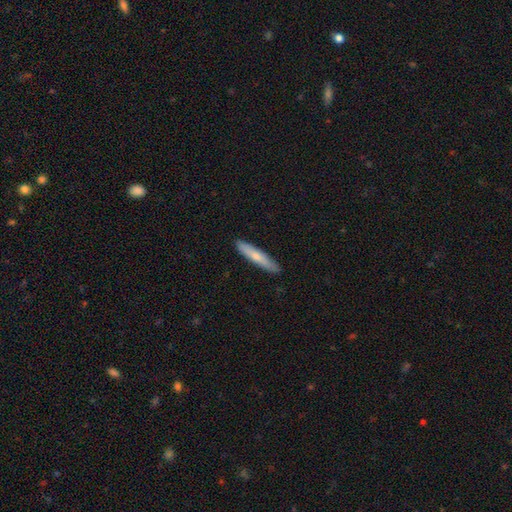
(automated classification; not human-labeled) smooth 68%, featured or disk 27%, star or artifact 5%. Down the decision tree: how rounded — cigar-shaped (91%); merging — none (90%).